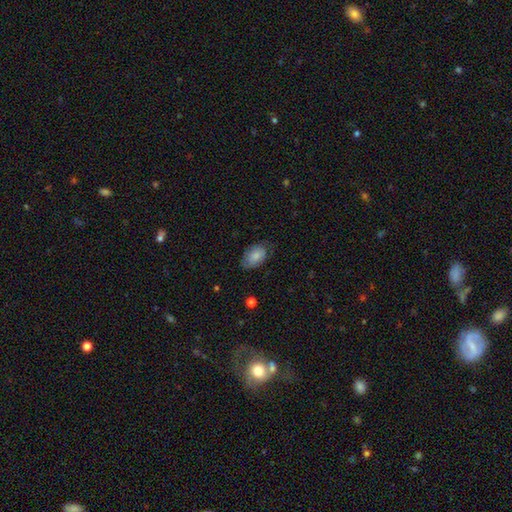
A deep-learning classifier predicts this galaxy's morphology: Q: Smooth or featured?
A: smooth (80%); runner-up: featured or disk (13%)
Q: How rounded?
A: in between (91%); runner-up: round (8%)
Q: Merging?
A: none (67%); runner-up: minor disturbance (25%)